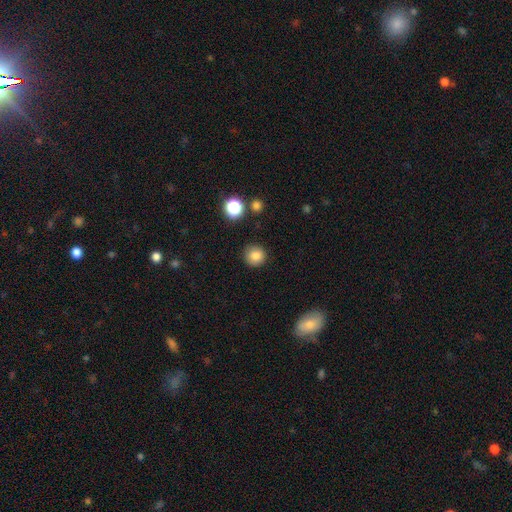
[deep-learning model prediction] This is clearly a smooth galaxy (84%). How rounded: clearly round (94%). Merging: clearly none (89%).